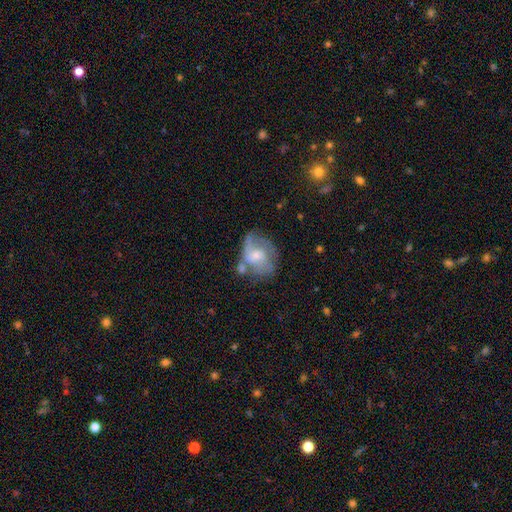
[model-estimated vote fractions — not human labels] Smooth or featured? Predicted: featured or disk (p=0.59). Edge-on disk? Predicted: no (p=0.97). Bar? Predicted: no (p=0.61). Spiral arms? Predicted: yes (p=0.72). Bulge size? Predicted: small (p=0.46). Merging? Predicted: none (p=0.36).